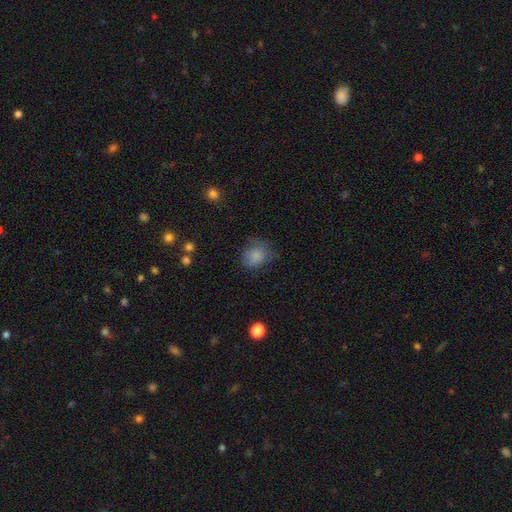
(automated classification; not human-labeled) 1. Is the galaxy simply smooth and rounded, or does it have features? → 83% smooth, 9% star or artifact, 7% featured or disk.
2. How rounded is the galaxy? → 72% round, 27% in between, 1% cigar-shaped.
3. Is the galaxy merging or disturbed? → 64% none, 25% minor disturbance, 10% major disturbance, 2% merger.